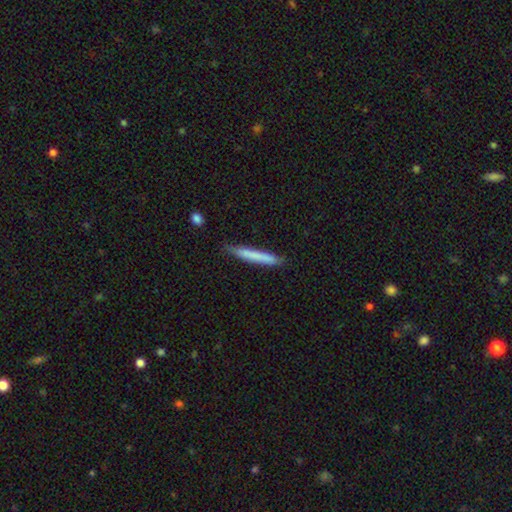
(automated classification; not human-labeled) smooth_or_featured: smooth (p=0.74) [alt: featured or disk p=0.21]
how_rounded: cigar-shaped (p=0.96) [alt: in between p=0.03]
merging: none (p=0.82) [alt: minor disturbance p=0.14]